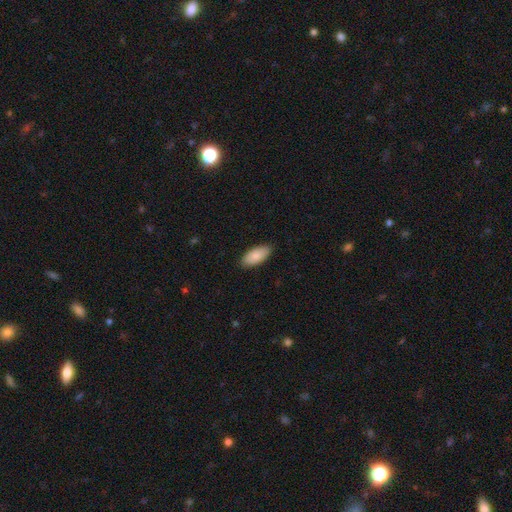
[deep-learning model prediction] A smooth galaxy with no disk features (86%) that is in between round and cigar-shaped (92%). Merging: none (87%).